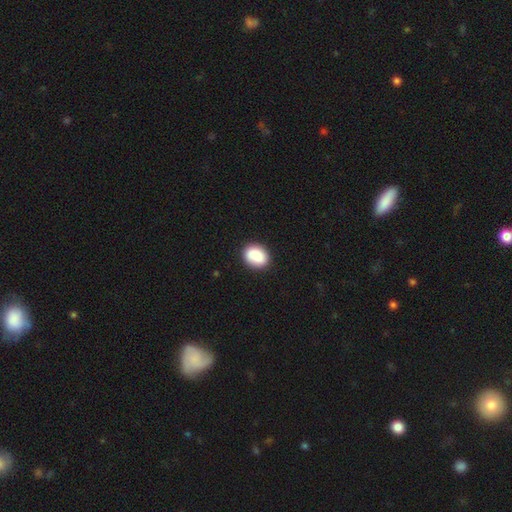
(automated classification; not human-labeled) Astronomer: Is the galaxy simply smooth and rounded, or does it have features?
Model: smooth — 90%.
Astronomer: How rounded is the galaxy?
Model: in between — 63%.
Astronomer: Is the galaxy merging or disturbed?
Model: none — 89%.